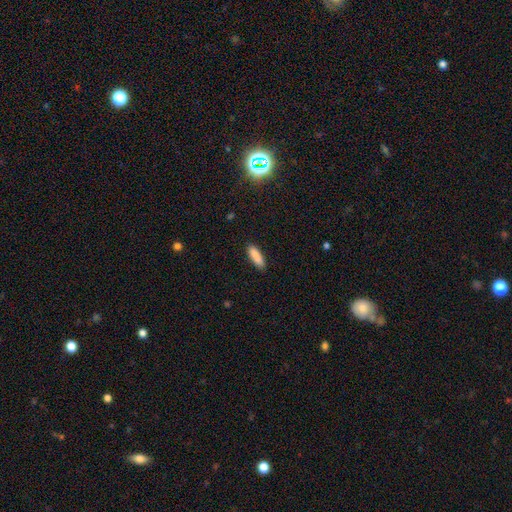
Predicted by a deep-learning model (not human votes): smooth_or_featured: smooth (p=0.88) [alt: star or artifact p=0.07]
how_rounded: cigar-shaped (p=0.58) [alt: in between p=0.41]
merging: none (p=0.88) [alt: minor disturbance p=0.09]